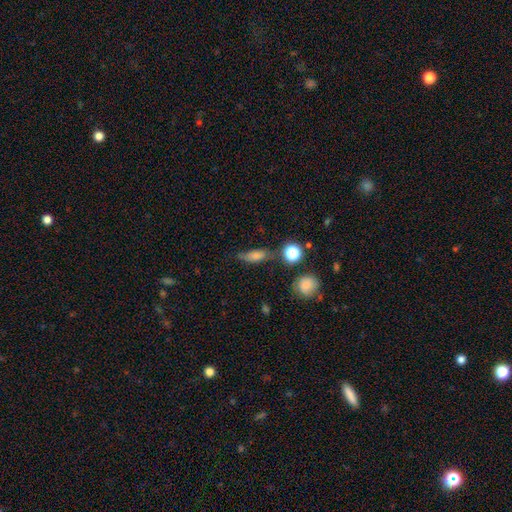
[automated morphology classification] This appears to be a smooth galaxy with no disk features (70%) that is in between round and cigar-shaped (56%). Merging: none (63%).